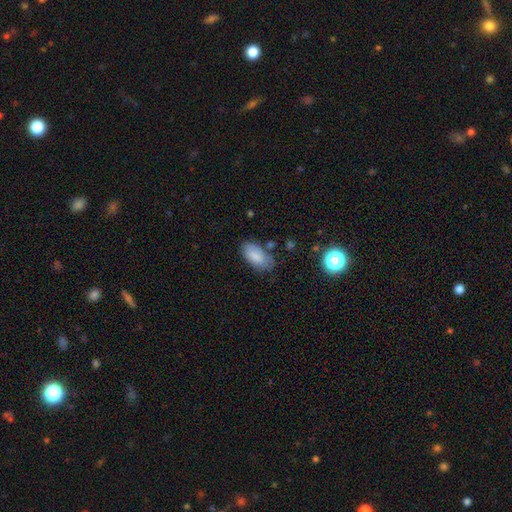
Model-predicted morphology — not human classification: This is clearly a smooth galaxy (85%). How rounded: clearly in between (94%). Merging: likely none (69%).